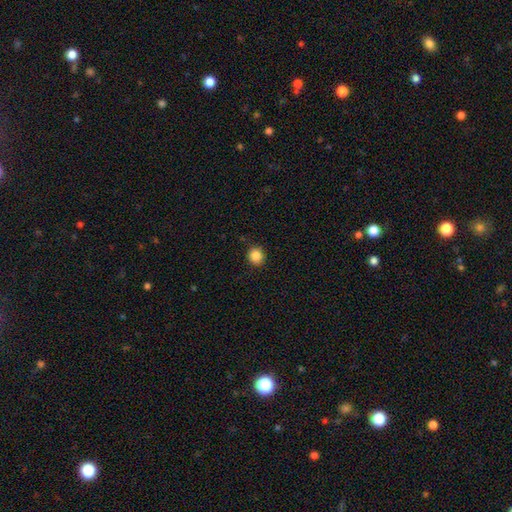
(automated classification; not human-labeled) This is clearly a smooth galaxy (86%). How rounded: clearly round (90%). Merging: clearly none (91%).